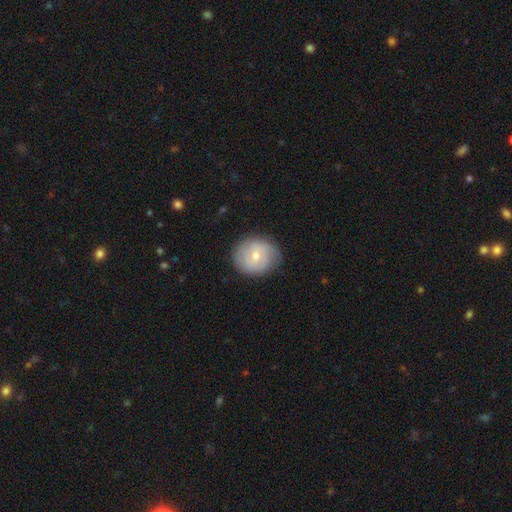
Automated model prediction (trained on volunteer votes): Smooth or featured? smooth (49%)
Merging? none (81%)